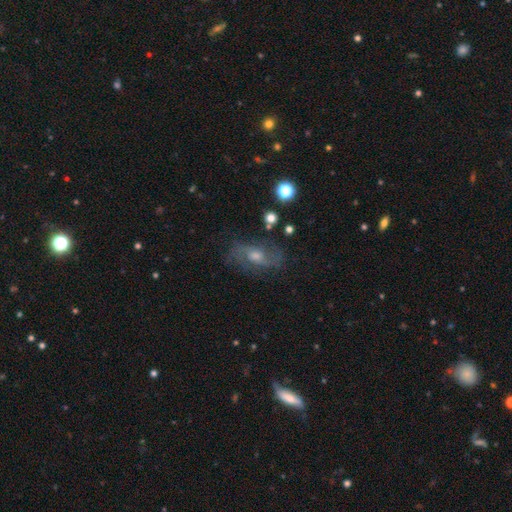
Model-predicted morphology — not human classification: smooth-or-featured: featured or disk: 72% | smooth: 16% | star or artifact: 12%
  disk-edge-on: no: 94% | yes: 6%
    bar: no: 50% | weak: 42% | strong: 8%
    has-spiral-arms: yes: 90% | no: 10%
      spiral-winding: medium: 46% | loose: 35% | tight: 19%
      spiral-arm-count: 2: 76% | can't tell: 13% | 3: 4% | 1: 3% | 4: 2% | more than 4: 2%
    bulge-size: moderate: 59% | small: 30% | large: 6% | none: 3% | dominant: 1%
  merging: none: 74% | minor disturbance: 16% | major disturbance: 7% | merger: 2%